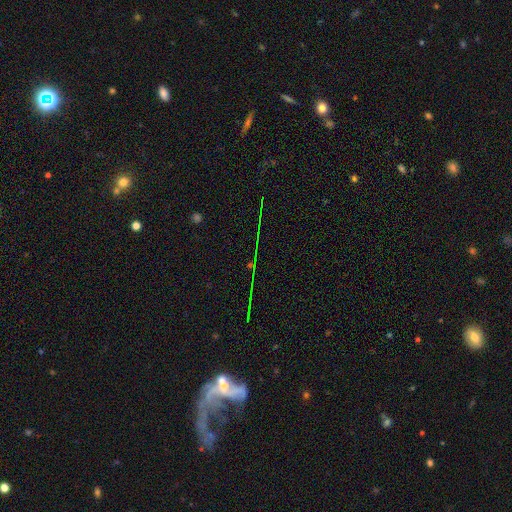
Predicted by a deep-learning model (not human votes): Q: Smooth or featured?
A: star or artifact (43%); runner-up: featured or disk (35%)